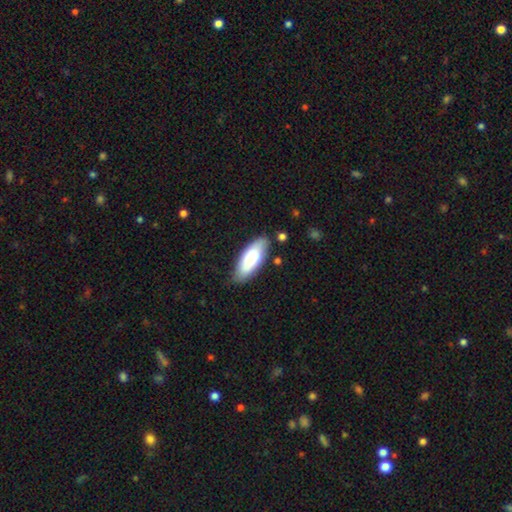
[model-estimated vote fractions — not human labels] Overall: smooth (79%). How rounded: in between (75%). Merging: none (78%).